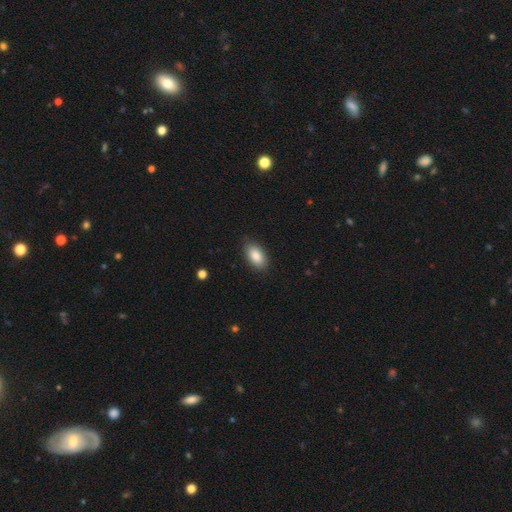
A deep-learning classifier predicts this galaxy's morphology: smooth 86%, star or artifact 7%, featured or disk 7%. Down the decision tree: how rounded — in between (93%); merging — none (86%).